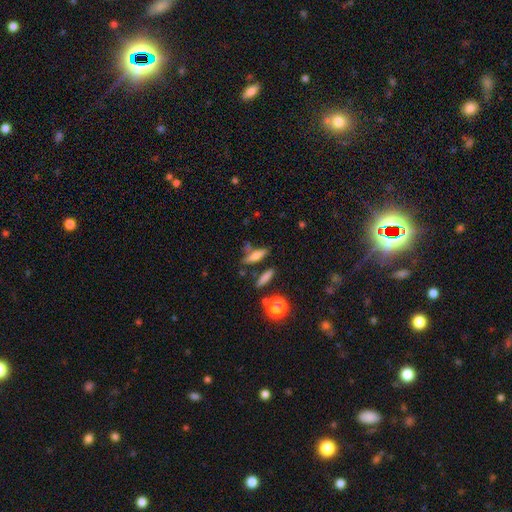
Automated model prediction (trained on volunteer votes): Morphology: type=smooth (57%); roundness=cigar-shaped (61%); merging=none (70%).